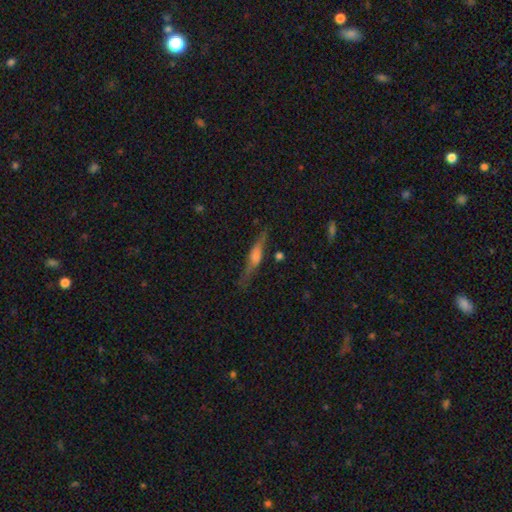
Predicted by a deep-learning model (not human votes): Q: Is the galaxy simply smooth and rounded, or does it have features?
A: featured or disk — 66%.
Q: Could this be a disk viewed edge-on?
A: yes — 95%.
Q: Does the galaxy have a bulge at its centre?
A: rounded — 77%.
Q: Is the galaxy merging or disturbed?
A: none — 81%.